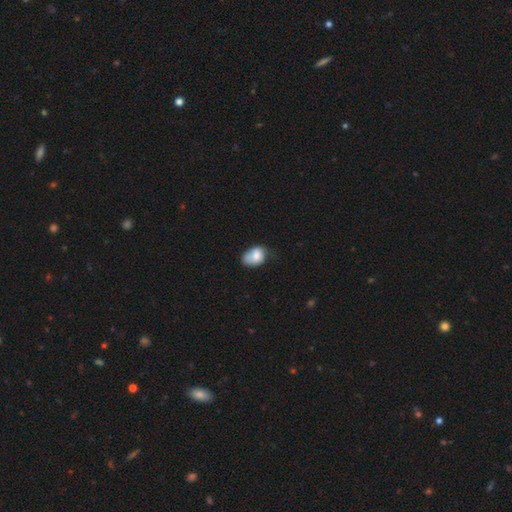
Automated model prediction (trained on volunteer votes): Smooth or featured?
  - smooth: 75% *
  - featured or disk: 16%
  - star or artifact: 8%
How rounded?
  - in between: 73% *
  - round: 26%
  - cigar-shaped: 1%
Merging?
  - minor disturbance: 38% *
  - none: 37%
  - major disturbance: 14%
  - merger: 12%